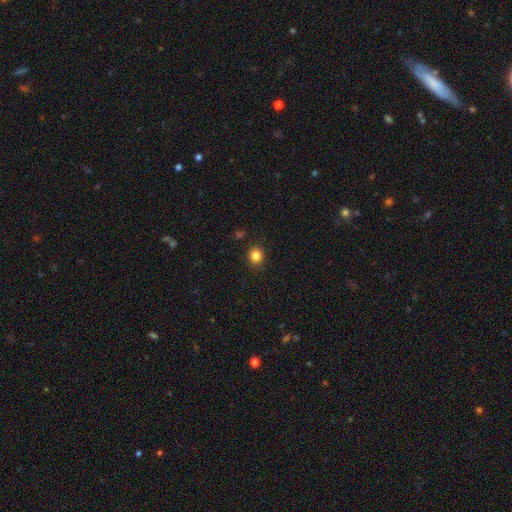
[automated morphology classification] The model was most divided on "how rounded": round: 74%, in between: 25%, cigar-shaped: 1%. More confident: merging — none (89%); smooth or featured — smooth (84%).